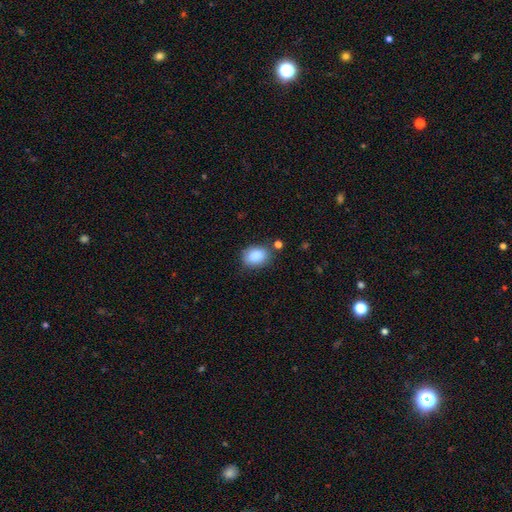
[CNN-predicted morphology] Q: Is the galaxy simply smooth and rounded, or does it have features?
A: smooth — 89%.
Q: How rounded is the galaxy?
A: in between — 73%.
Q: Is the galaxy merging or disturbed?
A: none — 75%.